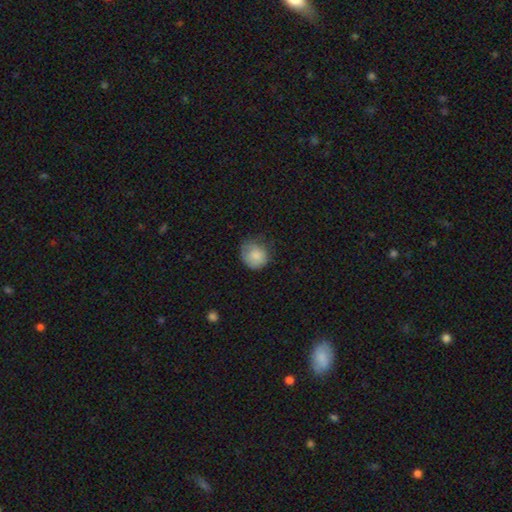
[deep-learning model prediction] A smooth galaxy with no disk features (82%) that is round (80%).

Vote fractions:
- Smooth or featured? smooth: 82% / featured or disk: 10% / star or artifact: 8%
- How rounded? round: 80% / in between: 19% / cigar-shaped: 1%
- Merging? none: 58% / minor disturbance: 31% / major disturbance: 10% / merger: 1%